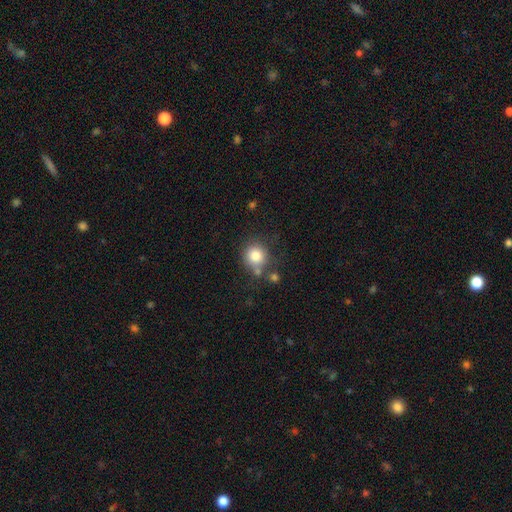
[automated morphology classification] This appears to be a smooth galaxy with no disk features (81%) that is round (90%). Merging: none (66%).